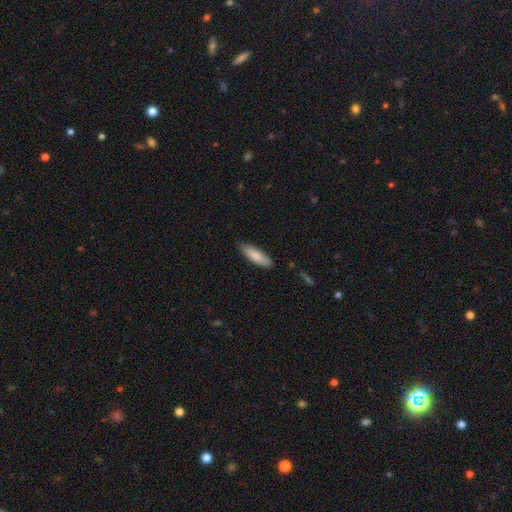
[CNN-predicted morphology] smooth-or-featured: smooth: 84% | featured or disk: 11% | star or artifact: 6%
  how-rounded: cigar-shaped: 52% | in between: 47% | round: 1%
  merging: none: 84% | minor disturbance: 13% | major disturbance: 2% | merger: 1%